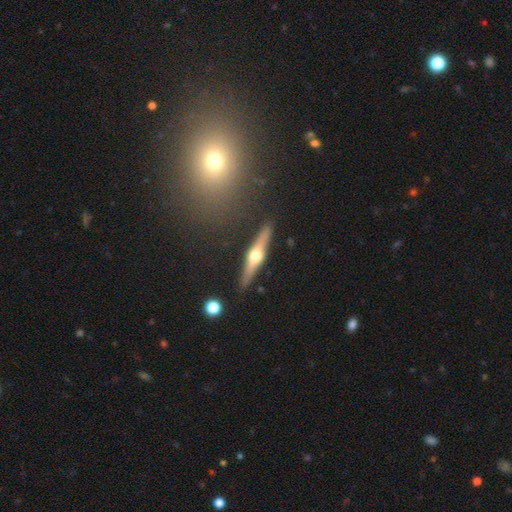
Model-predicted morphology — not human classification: Overall: featured or disk (70%). Edge-on disk: yes (96%). Edge-on bulge: rounded (94%). Merging: none (89%).